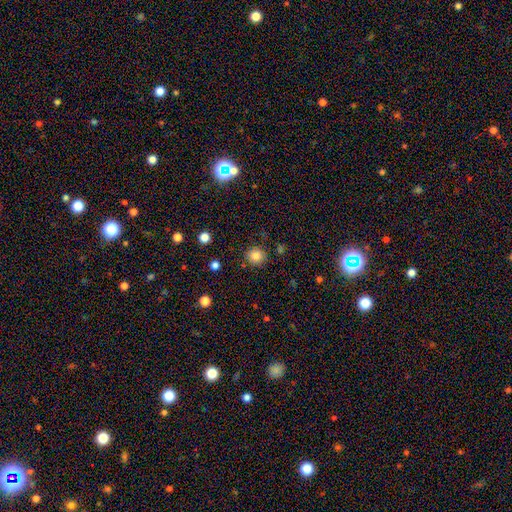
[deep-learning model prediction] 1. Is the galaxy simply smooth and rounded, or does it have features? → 83% smooth, 11% star or artifact, 6% featured or disk.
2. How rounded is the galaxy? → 90% round, 9% in between, 1% cigar-shaped.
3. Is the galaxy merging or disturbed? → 86% none, 9% minor disturbance, 3% major disturbance, 3% merger.